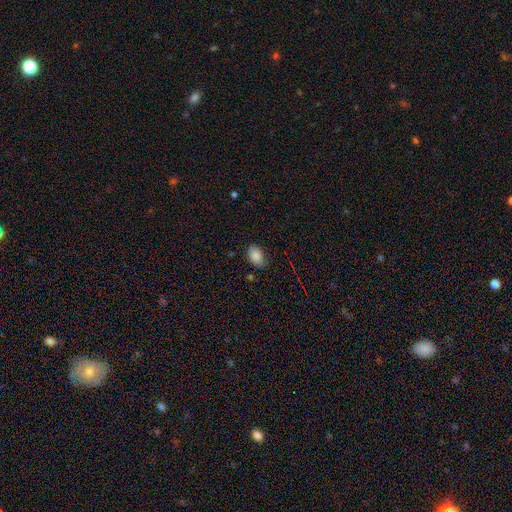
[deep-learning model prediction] Overall: smooth (87%). How rounded: in between (83%). Merging: none (83%).